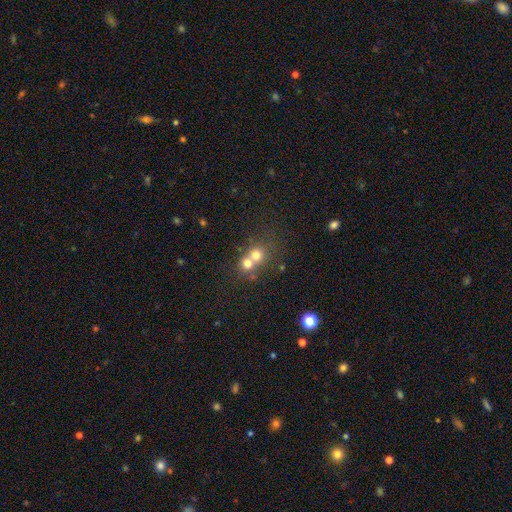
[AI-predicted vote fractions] Smooth or featured: smooth — 70% (featured or disk — 16%)
How rounded: round — 83% (in between — 16%)
Merging: merger — 62% (none — 31%)